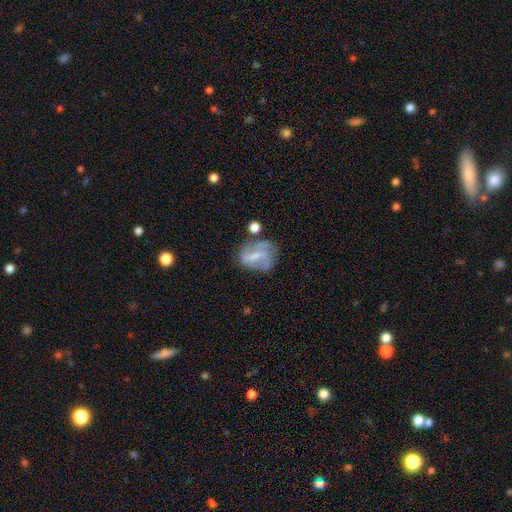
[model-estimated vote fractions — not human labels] Smooth or featured?
  - featured or disk: 59% *
  - smooth: 32%
  - star or artifact: 9%
Edge-on disk?
  - no: 97% *
  - yes: 3%
Bar?
  - weak: 46% *
  - no: 31%
  - strong: 23%
Spiral arms?
  - yes: 66% *
  - no: 34%
Bulge size?
  - small: 41% *
  - moderate: 31%
  - none: 24%
  - large: 3%
  - dominant: 1%
Merging?
  - none: 44% *
  - minor disturbance: 26%
  - major disturbance: 21%
  - merger: 10%